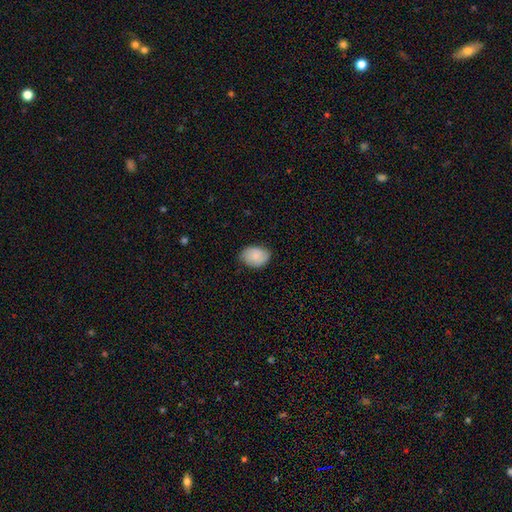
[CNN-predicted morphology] A smooth galaxy with no disk features (73%) that is in between round and cigar-shaped (75%).

Vote fractions:
- Smooth or featured? smooth: 73% / featured or disk: 20% / star or artifact: 7%
- How rounded? in between: 75% / round: 24% / cigar-shaped: 1%
- Merging? none: 75% / minor disturbance: 21% / major disturbance: 4% / merger: 1%